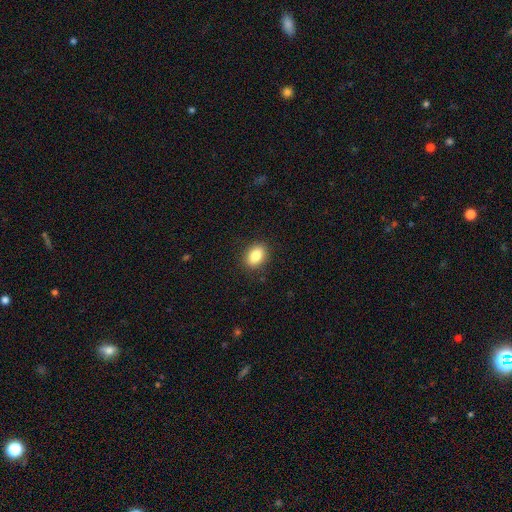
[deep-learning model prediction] A smooth galaxy with no disk features (87%) that is in between round and cigar-shaped (82%).

Vote fractions:
- Smooth or featured? smooth: 87% / star or artifact: 8% / featured or disk: 5%
- How rounded? in between: 82% / round: 16% / cigar-shaped: 1%
- Merging? none: 88% / minor disturbance: 8% / major disturbance: 2% / merger: 1%